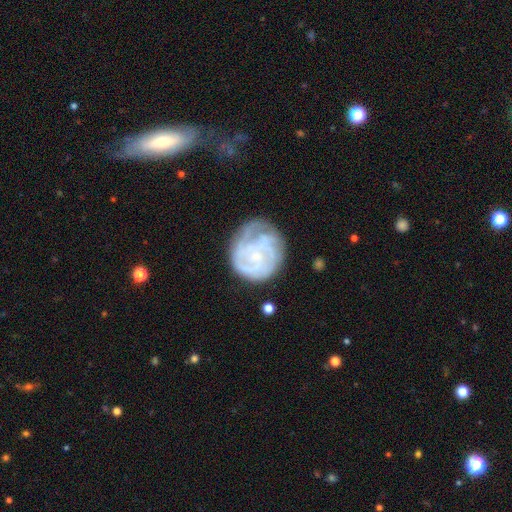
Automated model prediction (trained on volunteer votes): This is likely a featured or disk galaxy (73%). It is clearly not viewed edge-on (98%). Bar: likely no (76%). Spiral arm pattern: clearly yes (80%). Spiral arm count: possibly can't tell (47%). Spiral winding: likely tight (65%). Central bulge: likely small (63%). Merging: possibly none (58%).